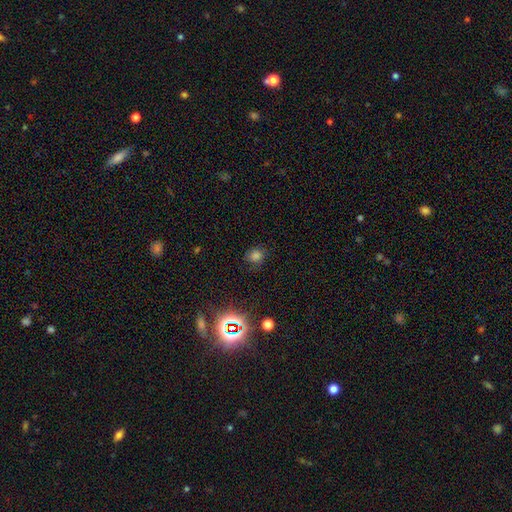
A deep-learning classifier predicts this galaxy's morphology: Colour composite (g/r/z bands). It shows a smooth galaxy with no disk features (72%) that is round (76%). Merging: none (78%).